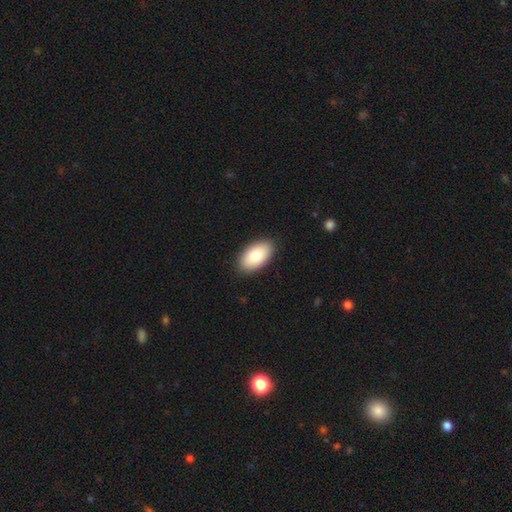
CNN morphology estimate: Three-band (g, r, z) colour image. It shows a smooth galaxy with no disk features (85%) that is in between round and cigar-shaped (96%). Merging: none (90%).